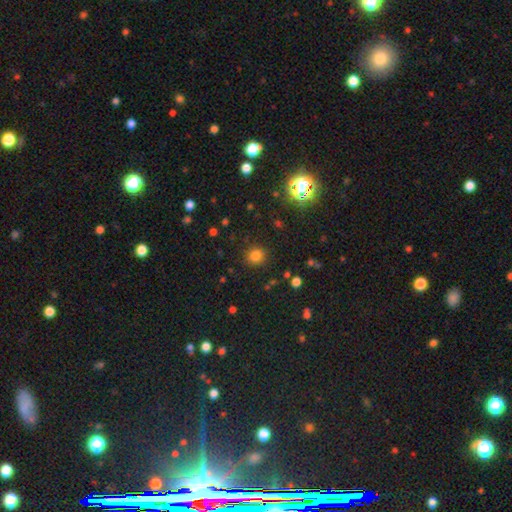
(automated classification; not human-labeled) Smooth or featured? smooth (78%)
How rounded? round (87%)
Merging? none (87%)